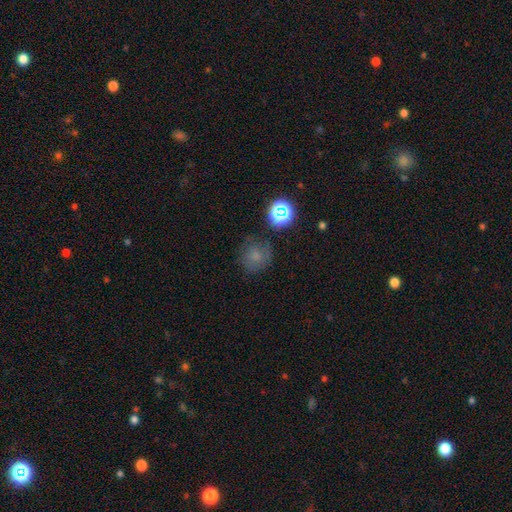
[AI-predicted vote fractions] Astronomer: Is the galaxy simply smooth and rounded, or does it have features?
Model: smooth — 68%.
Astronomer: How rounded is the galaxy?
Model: round — 89%.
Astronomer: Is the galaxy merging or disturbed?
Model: none — 71%.